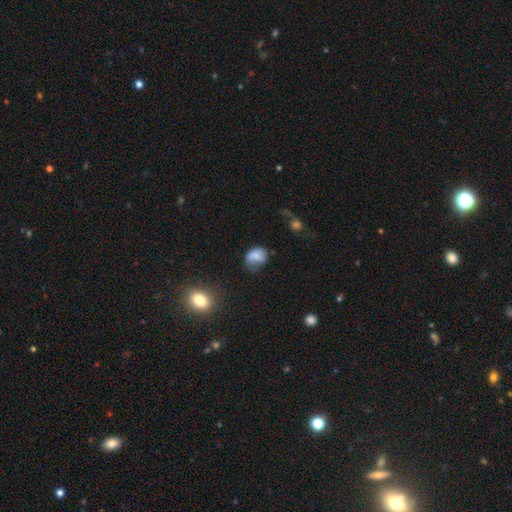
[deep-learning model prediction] The model was most divided on "merging": none: 40%, minor disturbance: 35%, major disturbance: 21%, merger: 4%. More confident: smooth or featured — smooth (72%); how rounded — in between (58%).